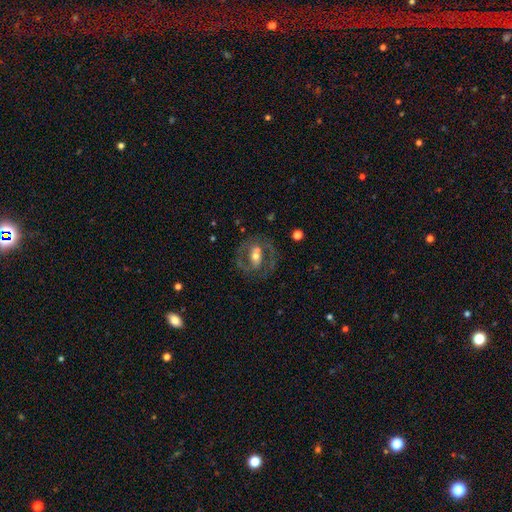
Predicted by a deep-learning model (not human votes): Smooth or featured: featured or disk — 69% (smooth — 23%)
Edge-on disk: no — 95% (yes — 5%)
Bar: no — 43% (weak — 31%)
Spiral arms: yes — 51% (no — 49%)
Bulge size: moderate — 64% (small — 21%)
Merging: none — 62% (minor disturbance — 15%)